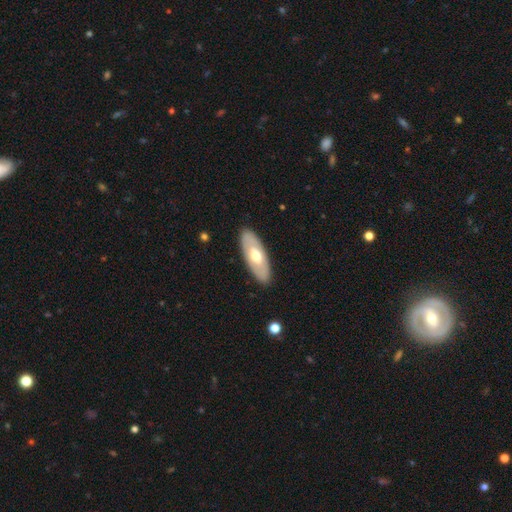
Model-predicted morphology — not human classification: Smooth or featured? Predicted: featured or disk (p=0.47, tied with smooth). Merging? Predicted: none (p=0.88).